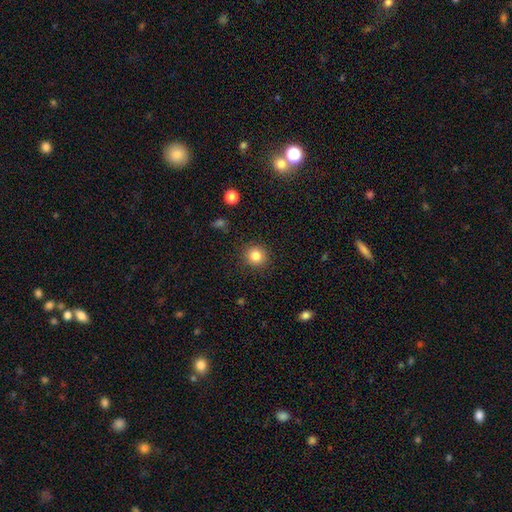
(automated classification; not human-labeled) Q: Smooth or featured?
A: smooth (83%); runner-up: star or artifact (11%)
Q: How rounded?
A: round (91%); runner-up: in between (8%)
Q: Merging?
A: none (90%); runner-up: minor disturbance (7%)